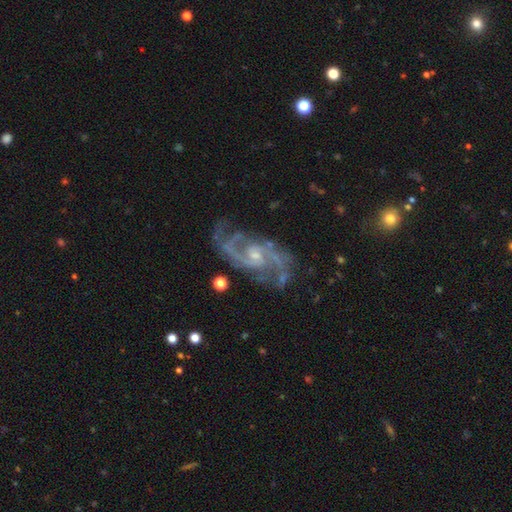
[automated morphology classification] A featured or disk galaxy (92%) with no bar (51%), 2 (80%) medium (59%) spiral arms (98%) and a small central bulge (65%). Merging: none (72%).